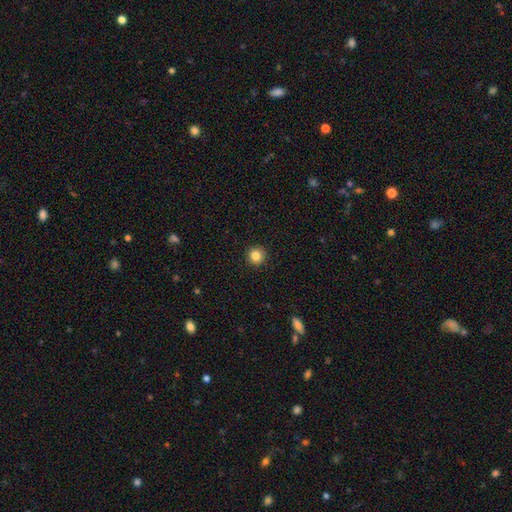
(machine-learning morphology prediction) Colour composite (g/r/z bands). It shows a smooth galaxy with no disk features (84%) that is round (94%). Merging: none (93%).